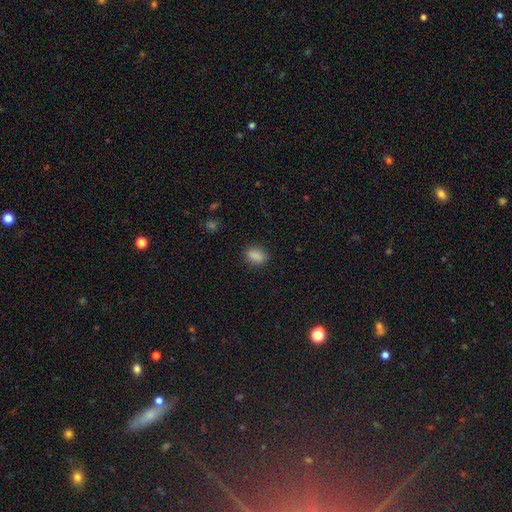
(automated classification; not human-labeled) A smooth galaxy with no disk features (86%) that is in between round and cigar-shaped (76%). Merging: none (84%).